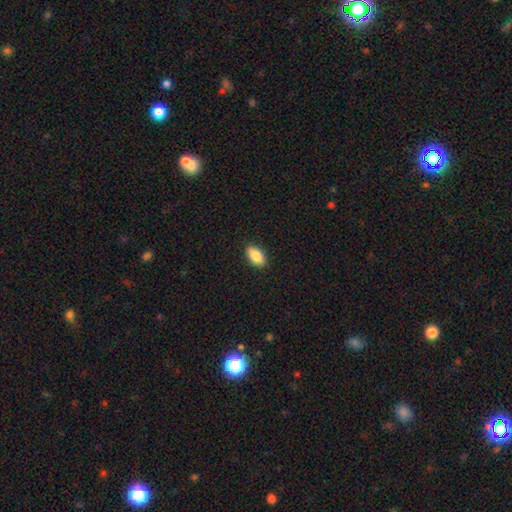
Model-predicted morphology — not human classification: A smooth galaxy with no disk features (85%) that is in between round and cigar-shaped (90%).

Vote fractions:
- Smooth or featured? smooth: 85% / featured or disk: 8% / star or artifact: 7%
- How rounded? in between: 90% / cigar-shaped: 6% / round: 4%
- Merging? none: 89% / minor disturbance: 8% / major disturbance: 2% / merger: 1%